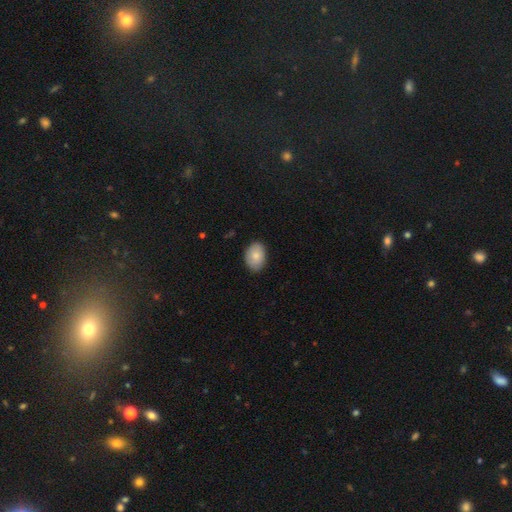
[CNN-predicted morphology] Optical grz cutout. It shows a smooth galaxy with no disk features (84%) that is in between round and cigar-shaped (80%). Merging: none (85%).